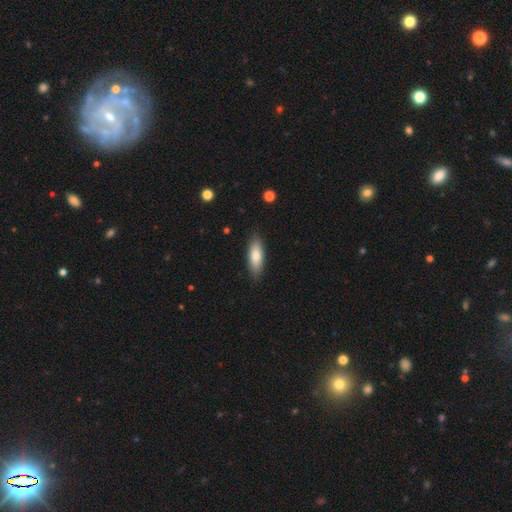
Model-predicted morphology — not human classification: The model was most divided on "how rounded": in between: 64%, cigar-shaped: 34%, round: 2%. More confident: merging — none (86%); smooth or featured — smooth (78%).